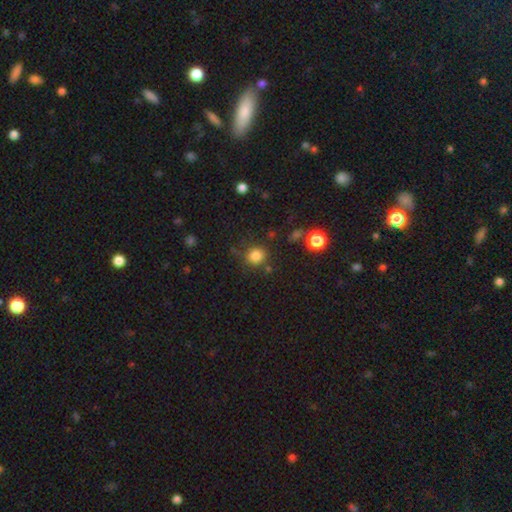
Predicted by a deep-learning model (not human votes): Overall: smooth (82%). How rounded: round (88%). Merging: none (81%).